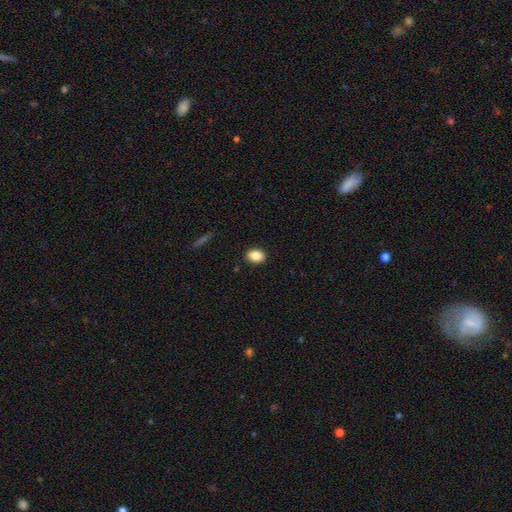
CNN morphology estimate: A smooth galaxy with no disk features (86%) that is in between round and cigar-shaped (75%).

Vote fractions:
- Smooth or featured? smooth: 86% / star or artifact: 8% / featured or disk: 6%
- How rounded? in between: 75% / round: 23% / cigar-shaped: 1%
- Merging? none: 89% / minor disturbance: 8% / major disturbance: 2% / merger: 1%